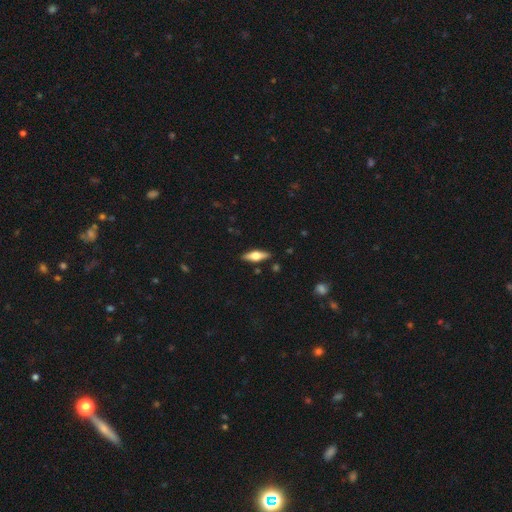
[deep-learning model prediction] Morphology: type=featured or disk (53%); edge-on=yes (93%); merging=none (88%).